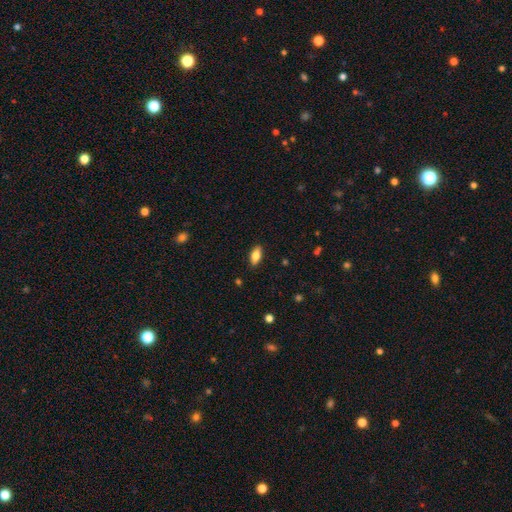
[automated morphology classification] Smooth or featured? Predicted: smooth (p=0.75). How rounded? Predicted: in between (p=0.84). Merging? Predicted: none (p=0.88).